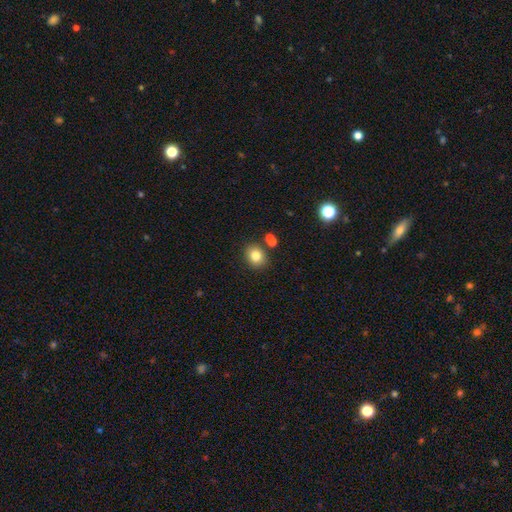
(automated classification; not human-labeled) This appears to be a smooth galaxy with no disk features (81%) that is round (67%). Merging: none (80%).